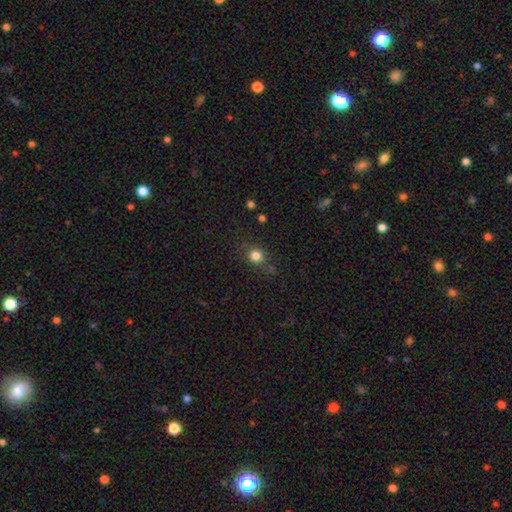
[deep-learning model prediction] Smooth or featured: smooth — 80% (star or artifact — 14%)
How rounded: round — 85% (in between — 14%)
Merging: none — 77% (minor disturbance — 14%)